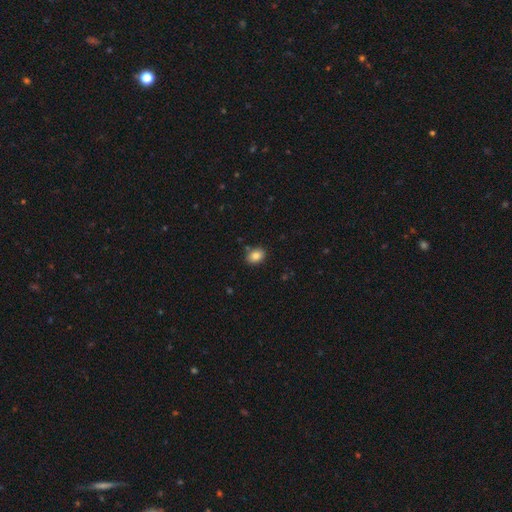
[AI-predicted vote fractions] A smooth galaxy with no disk features (85%) that is in between round and cigar-shaped (68%).

Vote fractions:
- Smooth or featured? smooth: 85% / star or artifact: 9% / featured or disk: 6%
- How rounded? in between: 68% / round: 31% / cigar-shaped: 1%
- Merging? none: 85% / minor disturbance: 10% / merger: 3% / major disturbance: 2%